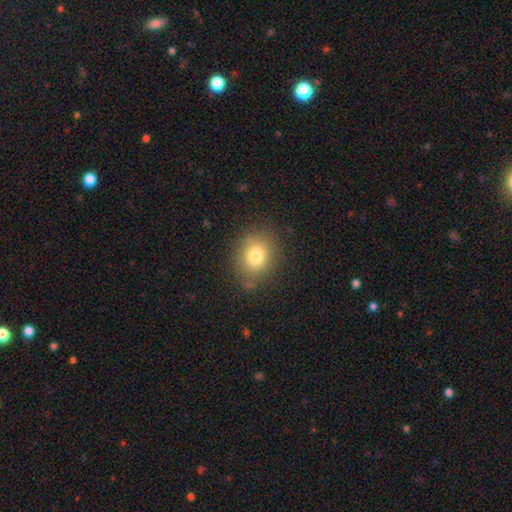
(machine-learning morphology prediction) Smooth or featured? smooth (78%)
How rounded? round (67%)
Merging? none (82%)